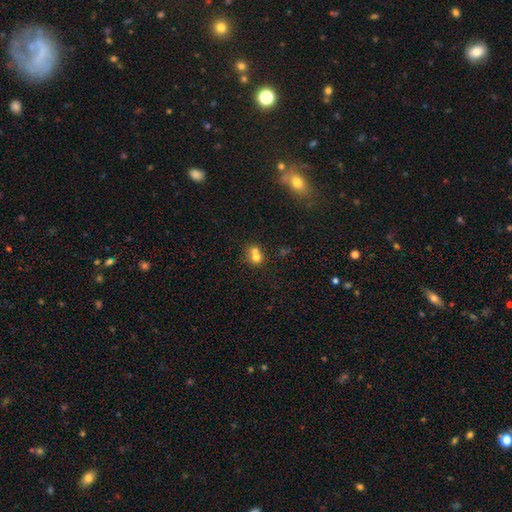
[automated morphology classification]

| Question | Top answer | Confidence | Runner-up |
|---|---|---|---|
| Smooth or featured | smooth | 70% | featured or disk (18%) |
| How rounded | round | 73% | in between (26%) |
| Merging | merger | 61% | none (29%) |